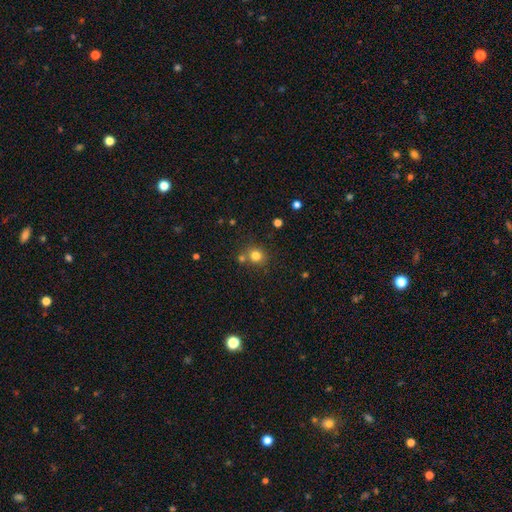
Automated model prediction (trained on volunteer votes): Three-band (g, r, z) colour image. It shows a smooth galaxy with no disk features (79%) that is round (84%). Merging: none (68%).